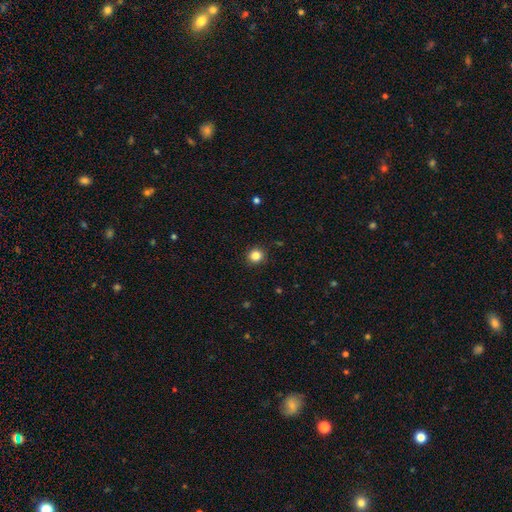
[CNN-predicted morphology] The model was most divided on "smooth or featured": smooth: 84%, star or artifact: 12%, featured or disk: 4%. More confident: how rounded — round (92%); merging — none (91%).